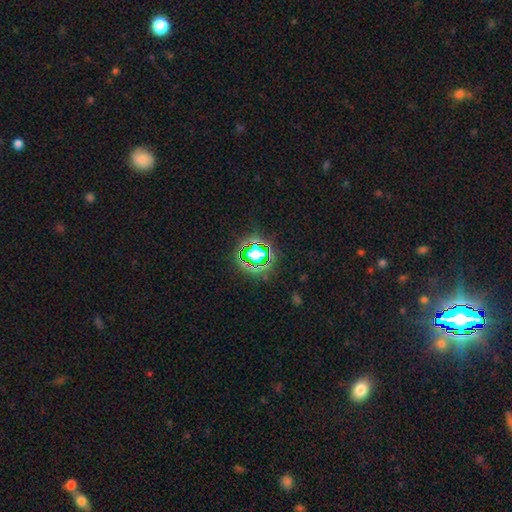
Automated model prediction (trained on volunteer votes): A star or artifact, not a galaxy (66%).

Vote fractions:
- Smooth or featured? star or artifact: 66% / smooth: 22% / featured or disk: 12%